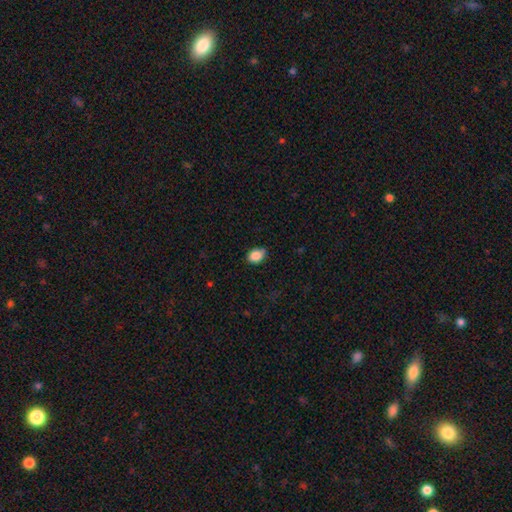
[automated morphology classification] This is clearly a smooth galaxy (87%). How rounded: likely in between (70%). Merging: likely none (72%).